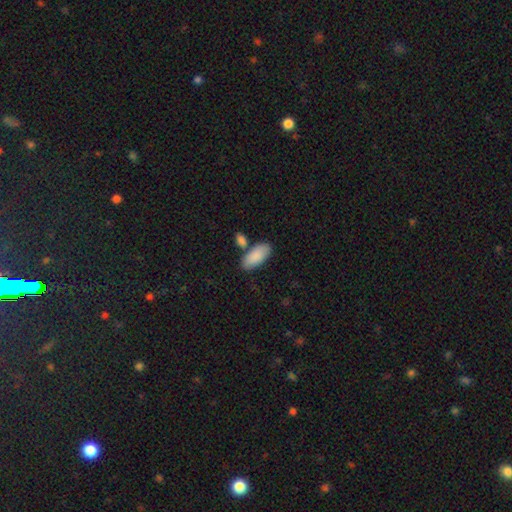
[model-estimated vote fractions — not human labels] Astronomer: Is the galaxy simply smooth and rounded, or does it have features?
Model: smooth — 88%.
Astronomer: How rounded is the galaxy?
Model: in between — 90%.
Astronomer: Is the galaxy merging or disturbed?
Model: none — 69%.